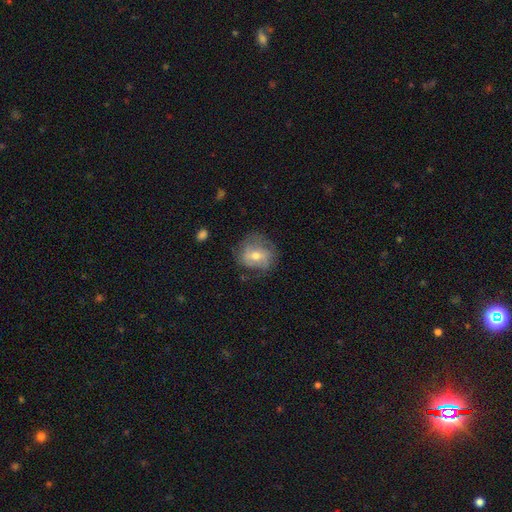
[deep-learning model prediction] Smooth or featured? featured or disk (50%)
Edge-on disk? no (96%)
Merging? none (61%)